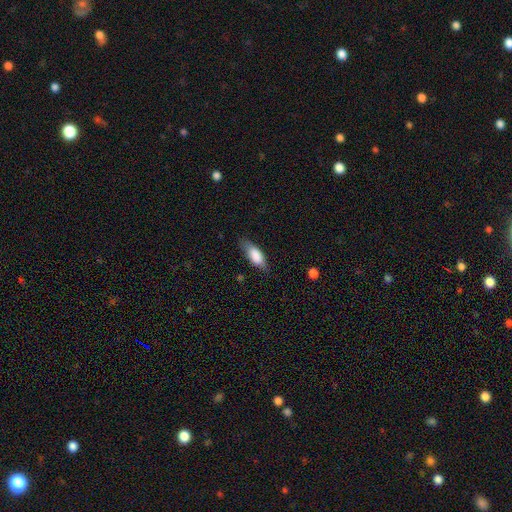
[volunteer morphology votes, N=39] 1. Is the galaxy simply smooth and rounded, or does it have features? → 69% smooth, 23% featured or disk, 8% star or artifact.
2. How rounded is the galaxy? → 74% in between, 26% cigar-shaped, 0% round.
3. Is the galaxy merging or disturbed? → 58% none, 31% minor disturbance, 11% major disturbance, 0% merger.